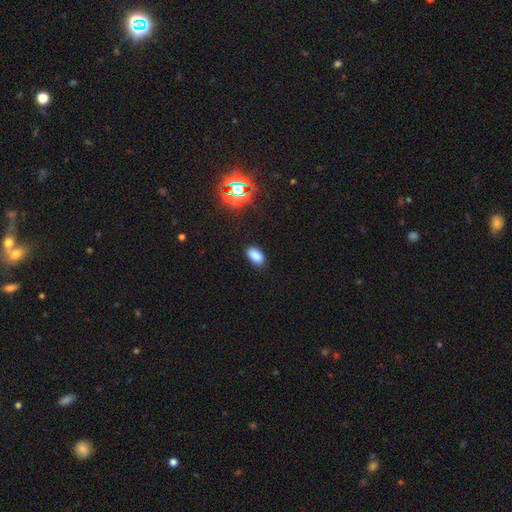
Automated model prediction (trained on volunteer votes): smooth_or_featured: smooth (p=0.80) [alt: star or artifact p=0.15]
how_rounded: in between (p=0.92) [alt: round p=0.05]
merging: none (p=0.86) [alt: minor disturbance p=0.10]